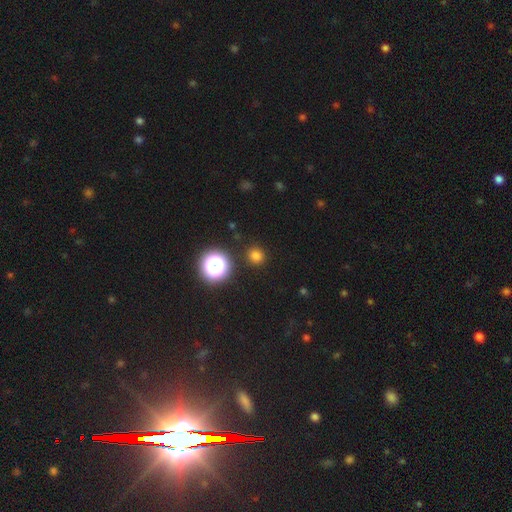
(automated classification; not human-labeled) Smooth or featured: smooth — 75% (star or artifact — 20%)
How rounded: round — 93% (in between — 6%)
Merging: none — 90% (minor disturbance — 6%)